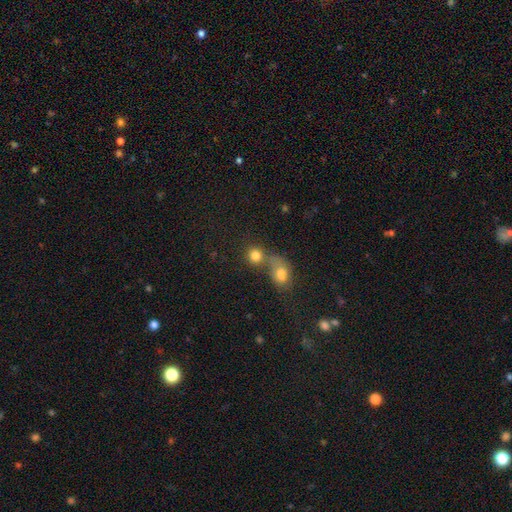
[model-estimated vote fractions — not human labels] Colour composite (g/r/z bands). It shows a smooth galaxy with no disk features (80%) that is round (81%). Merging: merger (47%).